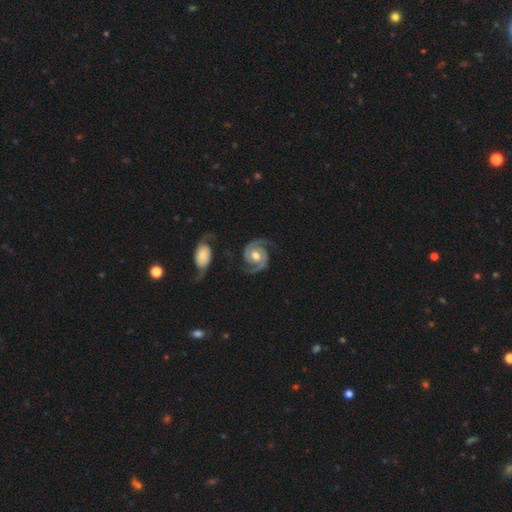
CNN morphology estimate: The model was most divided on "spiral winding": medium: 50%, tight: 38%, loose: 12%. More confident: spiral arms — yes (98%); edge-on disk — no (98%); spiral arm count — 2 (94%); smooth or featured — featured or disk (92%); bulge size — moderate (77%); merging — none (77%); bar — no (67%).